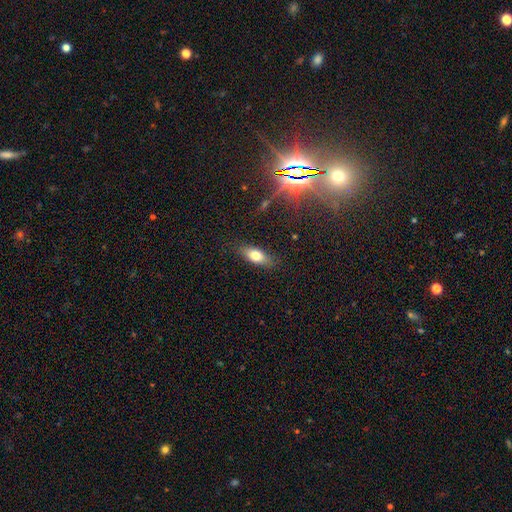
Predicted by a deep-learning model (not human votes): Overall: smooth (72%). How rounded: in between (75%). Merging: none (83%).